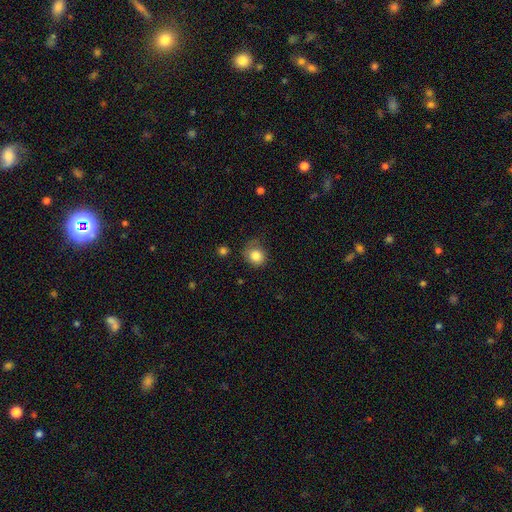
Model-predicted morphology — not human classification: The model was most divided on "merging": none: 60%, minor disturbance: 27%, major disturbance: 10%, merger: 3%. More confident: smooth or featured — smooth (84%); how rounded — round (76%).